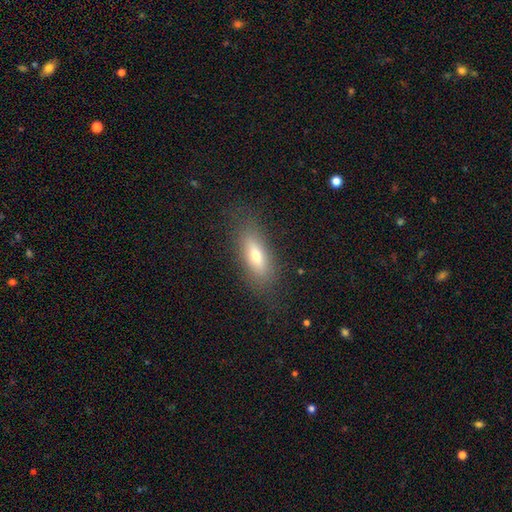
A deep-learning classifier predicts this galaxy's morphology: smooth_or_featured: smooth (p=0.67) [alt: featured or disk p=0.25]
how_rounded: in between (p=0.63) [alt: cigar-shaped p=0.34]
merging: none (p=0.80) [alt: minor disturbance p=0.13]